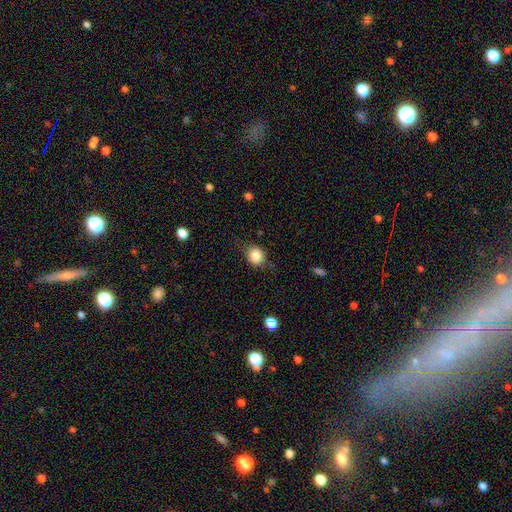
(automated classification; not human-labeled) Q: Smooth or featured?
A: smooth (84%); runner-up: star or artifact (9%)
Q: How rounded?
A: round (71%); runner-up: in between (27%)
Q: Merging?
A: none (74%); runner-up: minor disturbance (19%)